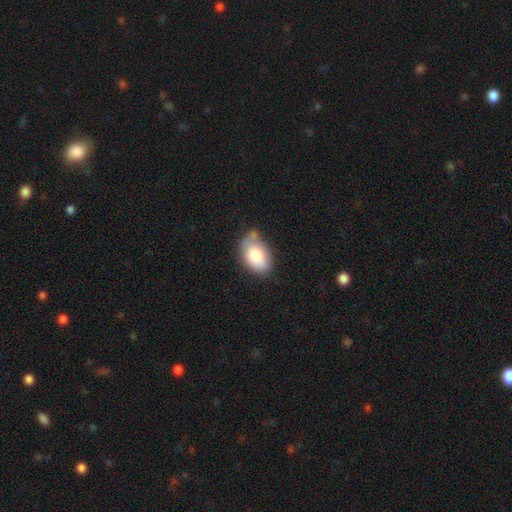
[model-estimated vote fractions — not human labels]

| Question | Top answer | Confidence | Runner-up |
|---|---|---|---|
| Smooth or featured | smooth | 83% | featured or disk (10%) |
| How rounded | in between | 90% | round (9%) |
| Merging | none | 51% | minor disturbance (34%) |